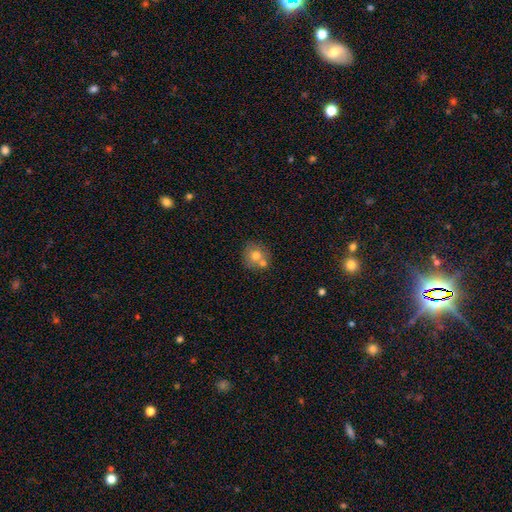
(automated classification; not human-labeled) Q: Smooth or featured?
A: smooth (72%); runner-up: featured or disk (19%)
Q: How rounded?
A: round (84%); runner-up: in between (15%)
Q: Merging?
A: none (56%); runner-up: merger (29%)